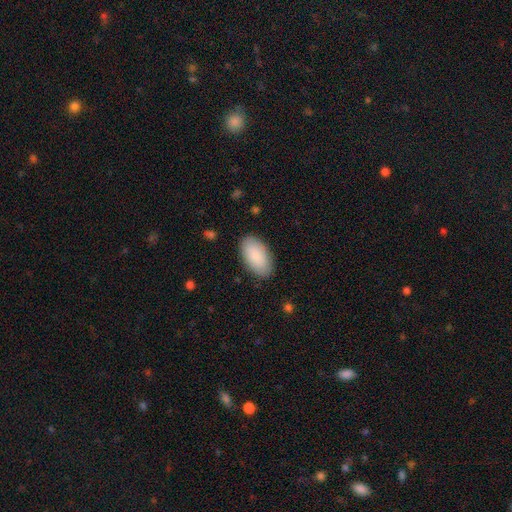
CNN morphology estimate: This appears to be a smooth galaxy with no disk features (86%) that is in between round and cigar-shaped (96%). Merging: none (87%).